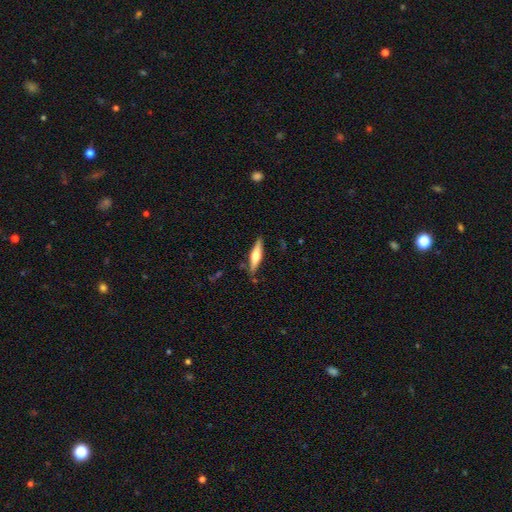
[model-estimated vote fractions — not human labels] The model was most divided on "smooth or featured": featured or disk: 55%, smooth: 39%, star or artifact: 5%. More confident: edge-on disk — yes (95%); edge-on bulge — rounded (88%); merging — none (84%).